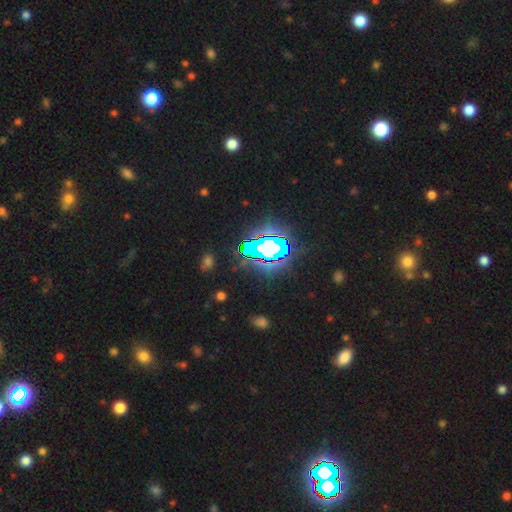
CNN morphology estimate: Overall: star or artifact (80%).